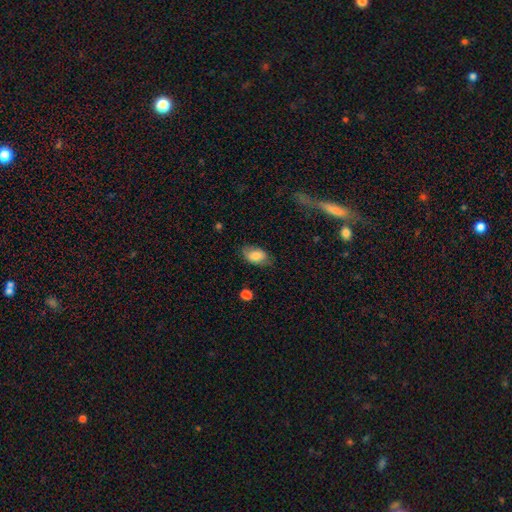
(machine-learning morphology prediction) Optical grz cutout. It shows a smooth galaxy with no disk features (80%) that is in between round and cigar-shaped (91%). Merging: none (71%).